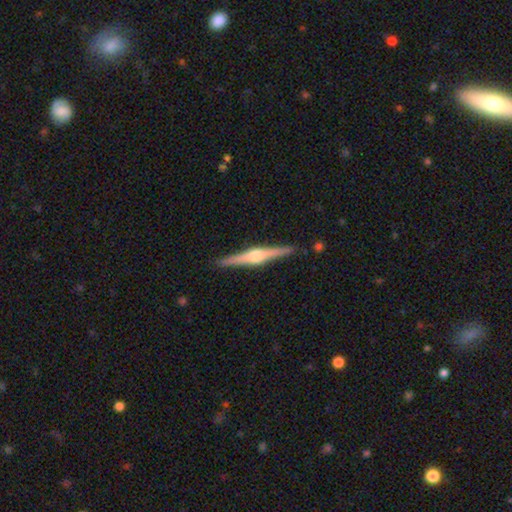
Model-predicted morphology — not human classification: Smooth or featured? featured or disk (82%)
Edge-on disk? yes (98%)
Edge-on bulge? rounded (92%)
Merging? none (91%)